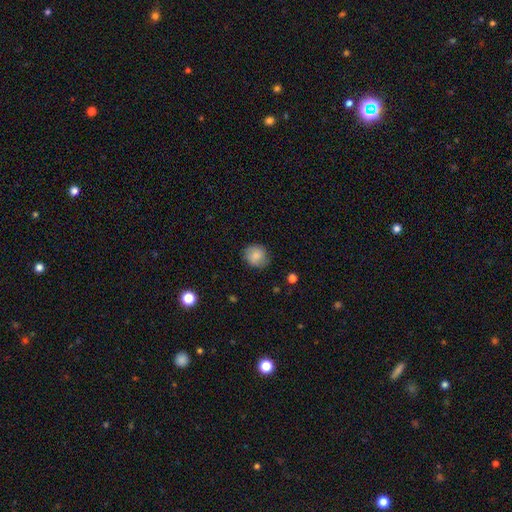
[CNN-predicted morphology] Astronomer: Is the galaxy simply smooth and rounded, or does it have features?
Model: smooth — 81%.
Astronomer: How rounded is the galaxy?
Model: round — 82%.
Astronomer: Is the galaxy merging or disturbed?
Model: none — 80%.